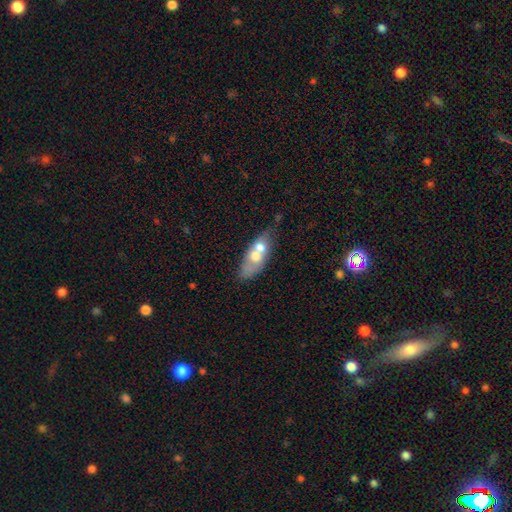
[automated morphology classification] type=smooth (55%); roundness=in between (75%); merging=merger (47%).